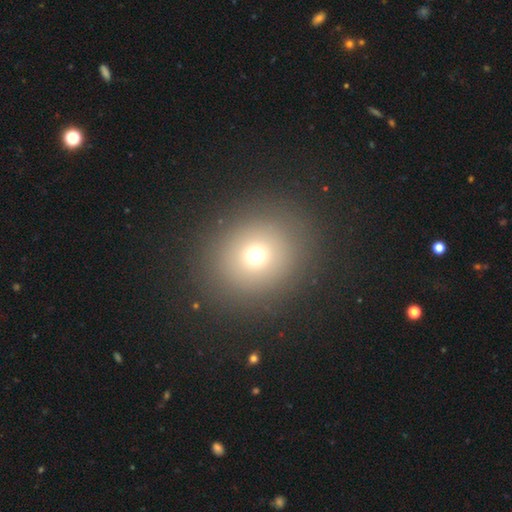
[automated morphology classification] Smooth or featured?
  - smooth: 69% *
  - star or artifact: 18%
  - featured or disk: 12%
How rounded?
  - round: 80% *
  - in between: 19%
  - cigar-shaped: 1%
Merging?
  - none: 87% *
  - minor disturbance: 7%
  - major disturbance: 4%
  - merger: 1%